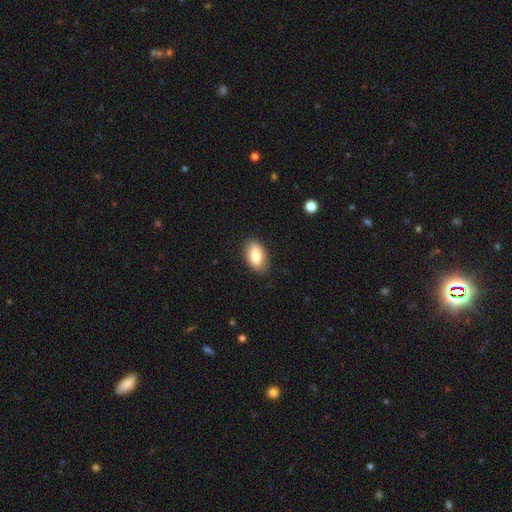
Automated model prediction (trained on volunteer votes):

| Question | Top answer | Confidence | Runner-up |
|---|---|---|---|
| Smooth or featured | smooth | 83% | featured or disk (10%) |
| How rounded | in between | 93% | round (5%) |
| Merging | none | 82% | minor disturbance (14%) |